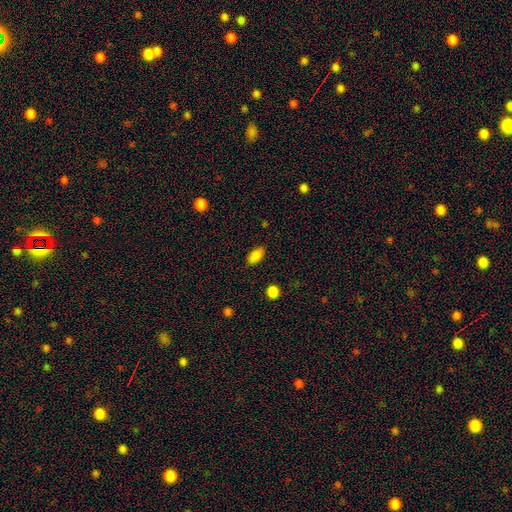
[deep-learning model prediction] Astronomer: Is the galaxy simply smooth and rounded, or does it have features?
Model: smooth — 87%.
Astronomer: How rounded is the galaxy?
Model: in between — 91%.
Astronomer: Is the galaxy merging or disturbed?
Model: none — 86%.